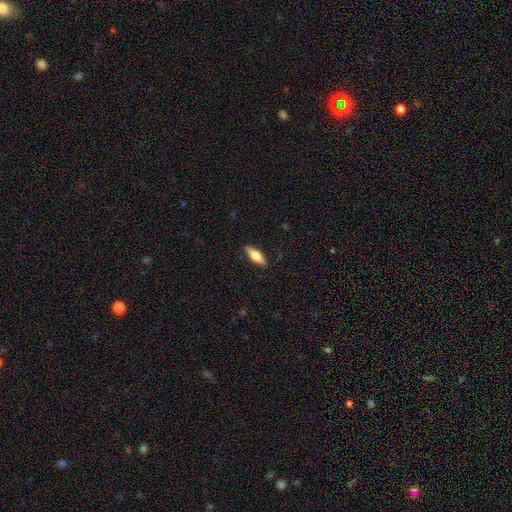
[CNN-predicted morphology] A smooth galaxy with no disk features (69%) that is in between round and cigar-shaped (56%).

Vote fractions:
- Smooth or featured? smooth: 69% / featured or disk: 25% / star or artifact: 6%
- How rounded? in between: 56% / cigar-shaped: 42% / round: 2%
- Merging? none: 88% / minor disturbance: 9% / major disturbance: 2% / merger: 1%